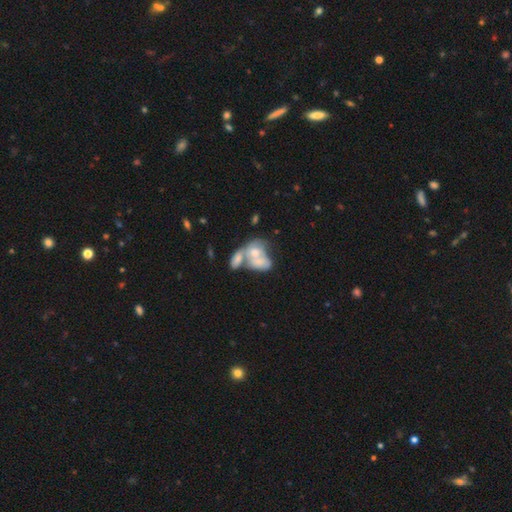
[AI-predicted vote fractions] Overall: smooth (51%; featured or disk 41%). How rounded: in between (77%). Merging: merger (70%).